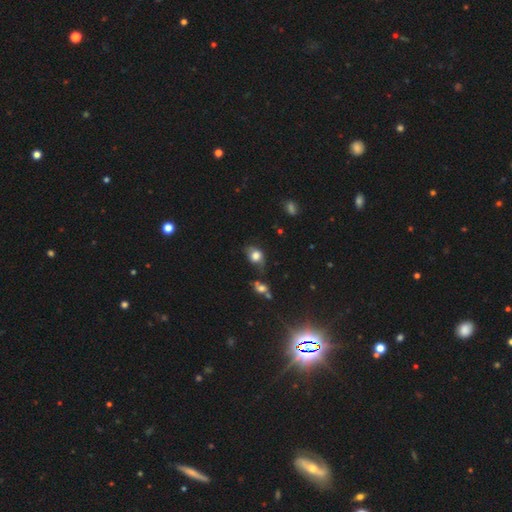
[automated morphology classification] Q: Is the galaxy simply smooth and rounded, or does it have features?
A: smooth — 72%.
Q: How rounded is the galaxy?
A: in between — 59%.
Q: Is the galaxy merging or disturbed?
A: none — 44%.